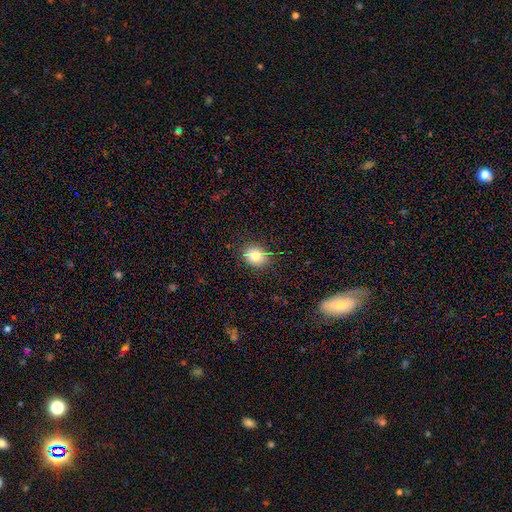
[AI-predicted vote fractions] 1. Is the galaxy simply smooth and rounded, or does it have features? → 77% smooth, 13% star or artifact, 10% featured or disk.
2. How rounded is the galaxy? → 53% round, 46% in between, 1% cigar-shaped.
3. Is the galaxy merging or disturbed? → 81% none, 15% minor disturbance, 3% major disturbance, 1% merger.